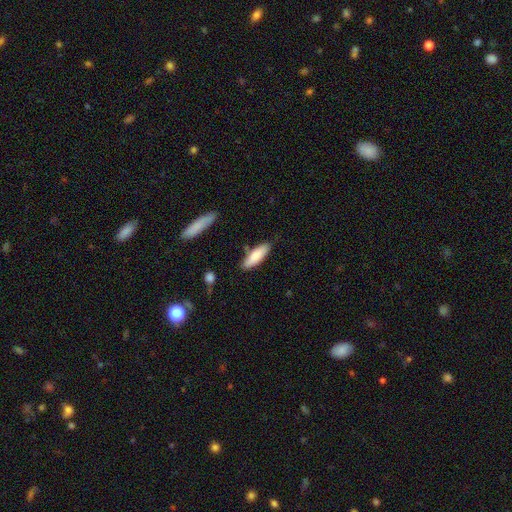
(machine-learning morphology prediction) Smooth or featured: smooth — 83% (featured or disk — 12%)
How rounded: in between — 51% (cigar-shaped — 47%)
Merging: none — 78% (minor disturbance — 15%)